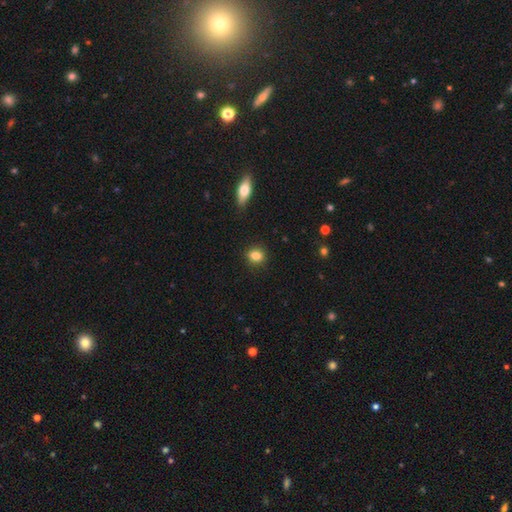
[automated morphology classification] A smooth galaxy with no disk features (84%) that is round (64%).

Vote fractions:
- Smooth or featured? smooth: 84% / star or artifact: 10% / featured or disk: 6%
- How rounded? round: 64% / in between: 34% / cigar-shaped: 2%
- Merging? none: 89% / minor disturbance: 8% / major disturbance: 2% / merger: 1%